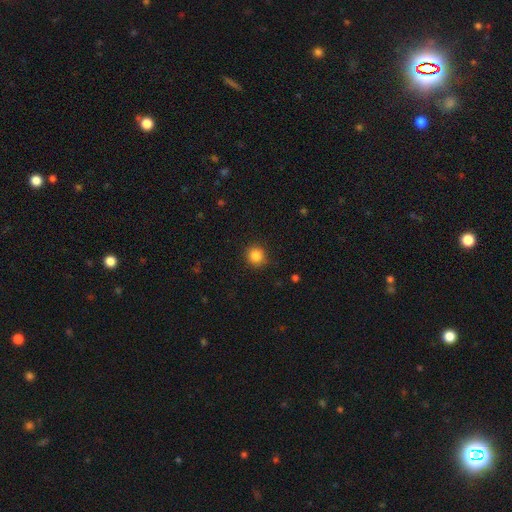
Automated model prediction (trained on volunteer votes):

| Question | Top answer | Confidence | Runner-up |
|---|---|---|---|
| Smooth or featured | smooth | 85% | star or artifact (11%) |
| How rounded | round | 93% | in between (6%) |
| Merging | none | 88% | minor disturbance (8%) |